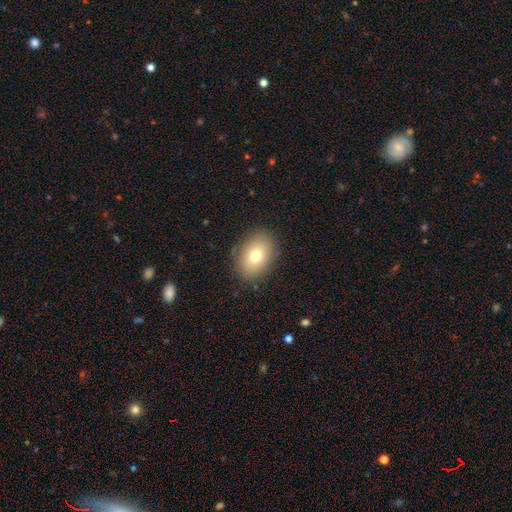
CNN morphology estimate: A smooth galaxy with no disk features (76%) that is in between round and cigar-shaped (78%). Merging: none (86%).